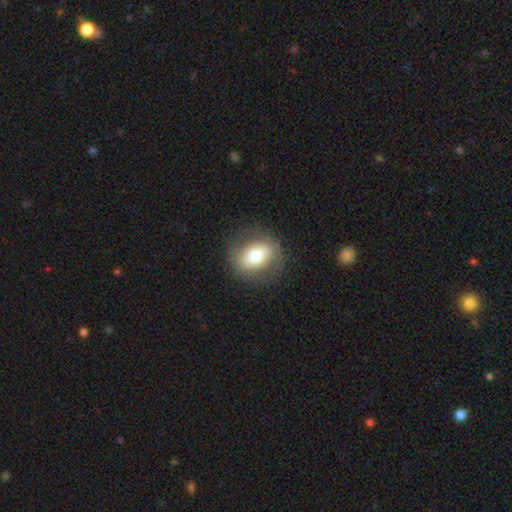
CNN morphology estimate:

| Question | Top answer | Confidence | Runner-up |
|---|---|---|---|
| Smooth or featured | smooth | 58% | featured or disk (34%) |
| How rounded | round | 52% | in between (47%) |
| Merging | none | 81% | minor disturbance (12%) |